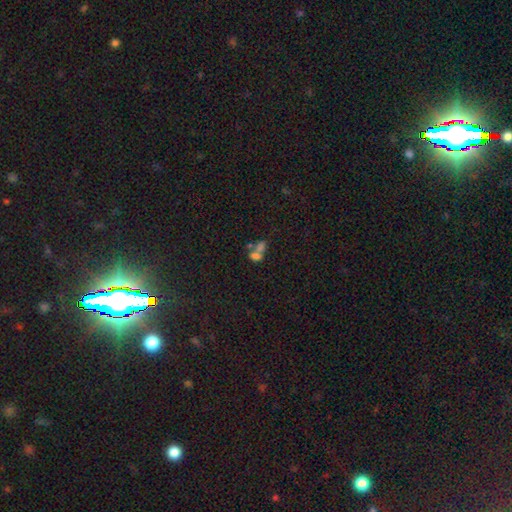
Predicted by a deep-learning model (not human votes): This appears to be a star or artifact, not a galaxy (64%).